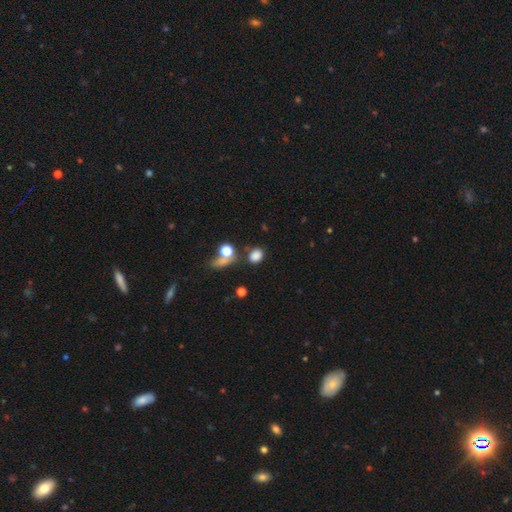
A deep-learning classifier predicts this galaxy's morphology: smooth 80%, star or artifact 14%, featured or disk 6%. Down the decision tree: how rounded — in between (49%, tied with round); merging — none (66%).